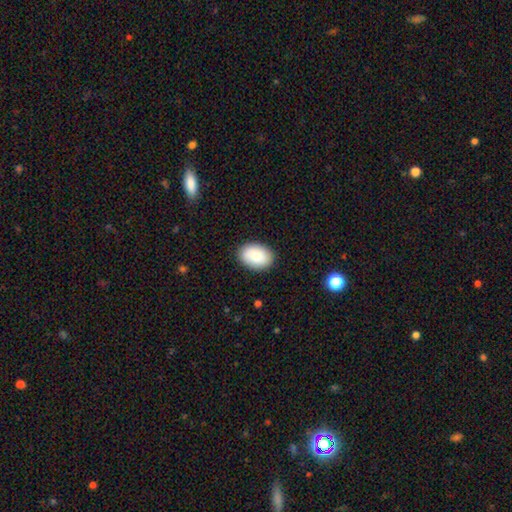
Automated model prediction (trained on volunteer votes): Smooth or featured?
  - smooth: 85% *
  - featured or disk: 9%
  - star or artifact: 6%
How rounded?
  - in between: 84% *
  - round: 15%
  - cigar-shaped: 1%
Merging?
  - none: 87% *
  - minor disturbance: 10%
  - major disturbance: 2%
  - merger: 1%